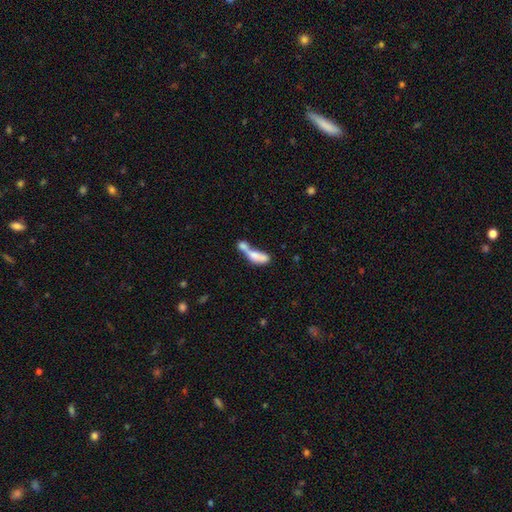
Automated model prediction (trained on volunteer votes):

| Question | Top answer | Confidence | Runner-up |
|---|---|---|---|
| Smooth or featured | smooth | 64% | featured or disk (28%) |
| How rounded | in between | 60% | cigar-shaped (35%) |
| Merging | merger | 69% | none (12%) |